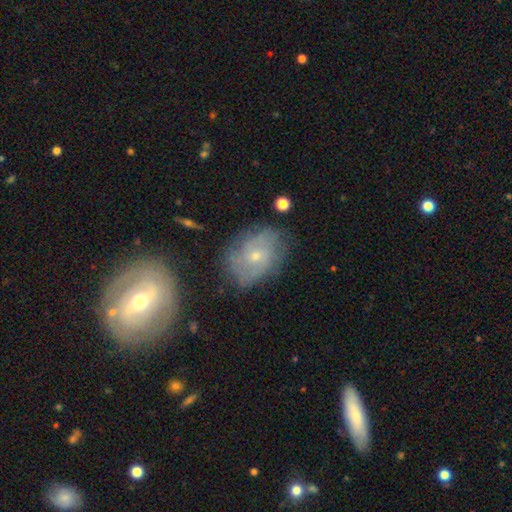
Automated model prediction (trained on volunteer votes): Morphology: type=featured or disk (67%); edge-on=no (96%); bar=no (71%); spiral arms=yes (83%); winding=tight (44%); arm count=can't tell (41%); bulge=small (67%); merging=none (69%).